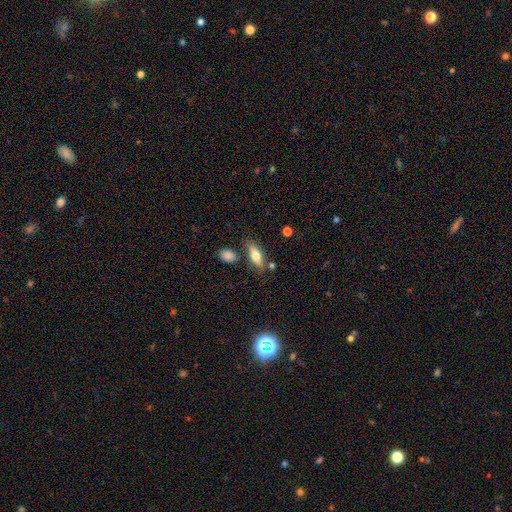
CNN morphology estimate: Q: Smooth or featured?
A: smooth (69%); runner-up: featured or disk (24%)
Q: How rounded?
A: in between (71%); runner-up: cigar-shaped (26%)
Q: Merging?
A: none (72%); runner-up: minor disturbance (15%)